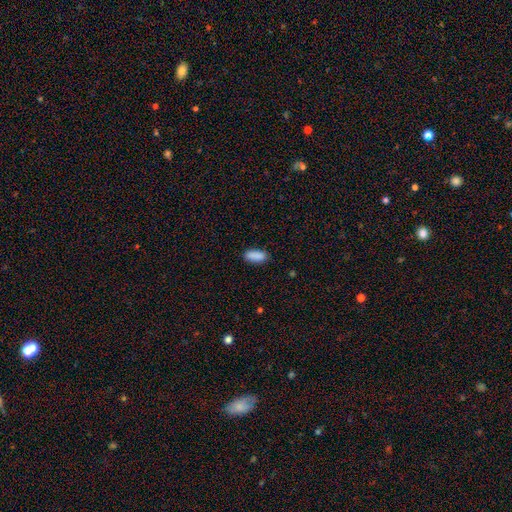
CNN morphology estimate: smooth 90%, star or artifact 7%, featured or disk 3%. Down the decision tree: how rounded — in between (83%); merging — none (86%).